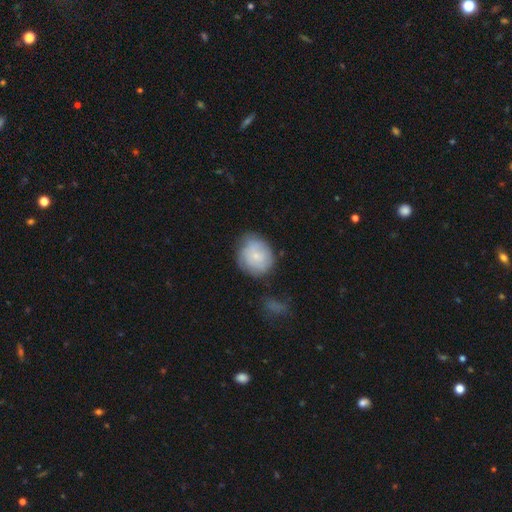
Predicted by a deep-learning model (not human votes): smooth_or_featured: smooth (p=0.60) [alt: featured or disk p=0.33]
how_rounded: round (p=0.76) [alt: in between p=0.23]
merging: none (p=0.63) [alt: minor disturbance p=0.24]